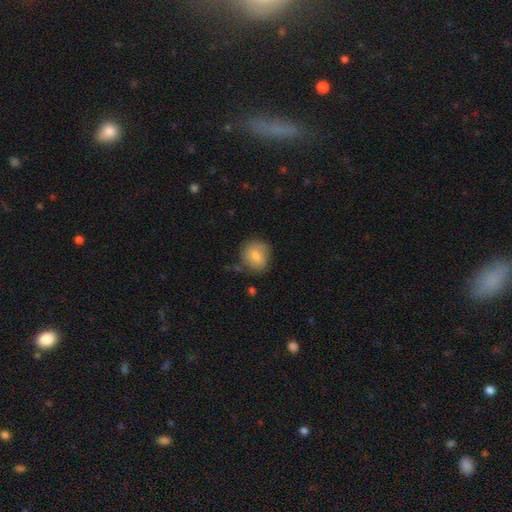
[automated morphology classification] This is clearly a smooth galaxy (81%). How rounded: likely round (78%). Merging: likely none (71%).